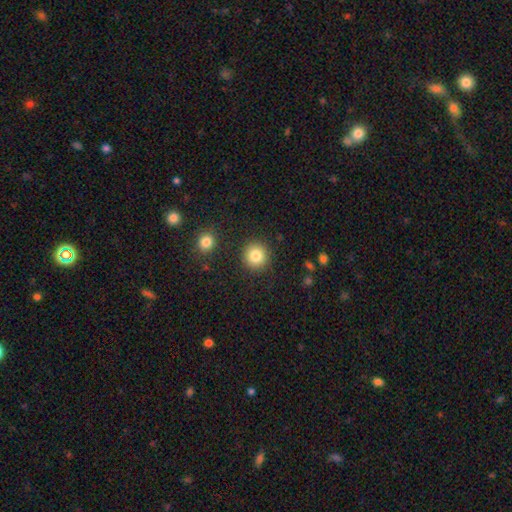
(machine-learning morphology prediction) Smooth or featured? smooth (83%)
How rounded? round (92%)
Merging? none (89%)